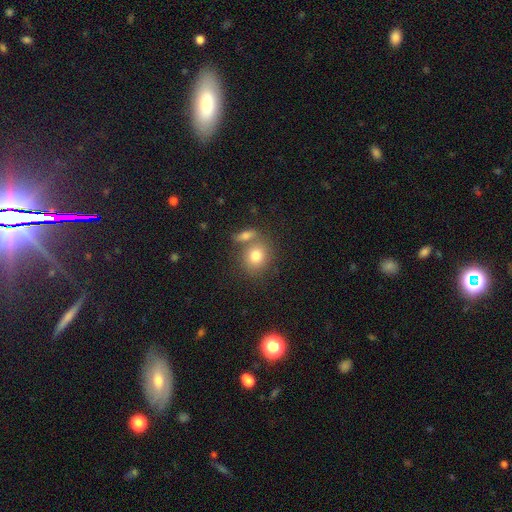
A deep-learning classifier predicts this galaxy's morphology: A smooth galaxy with no disk features (78%) that is round (66%).

Vote fractions:
- Smooth or featured? smooth: 78% / featured or disk: 12% / star or artifact: 10%
- How rounded? round: 66% / in between: 33% / cigar-shaped: 1%
- Merging? none: 54% / merger: 32% / minor disturbance: 11% / major disturbance: 4%